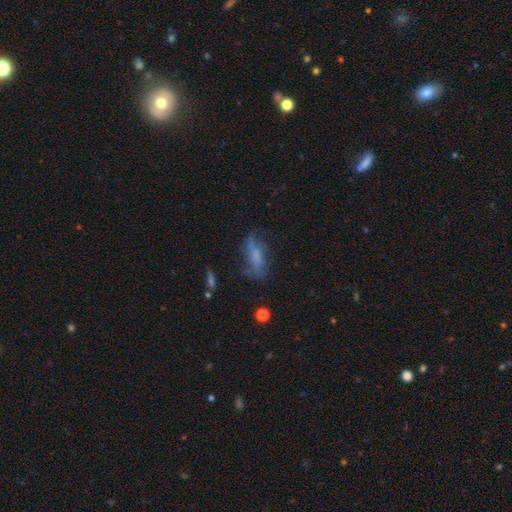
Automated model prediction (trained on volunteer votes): Smooth or featured?
  - smooth: 46% *
  - featured or disk: 40%
  - star or artifact: 14%
Merging?
  - none: 48% *
  - minor disturbance: 26%
  - major disturbance: 22%
  - merger: 4%